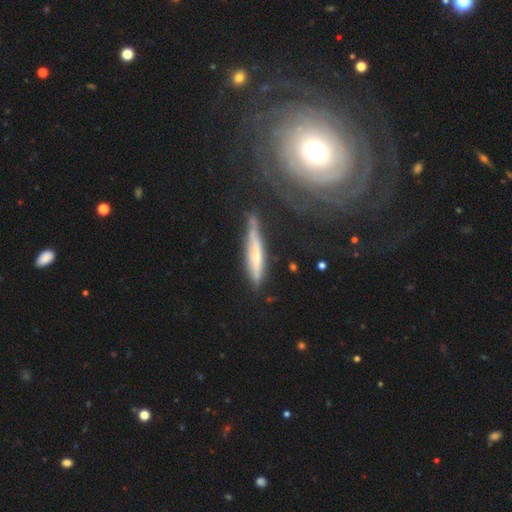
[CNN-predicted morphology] A featured or disk galaxy (56%) viewed edge-on (80%). Merging: none (64%).